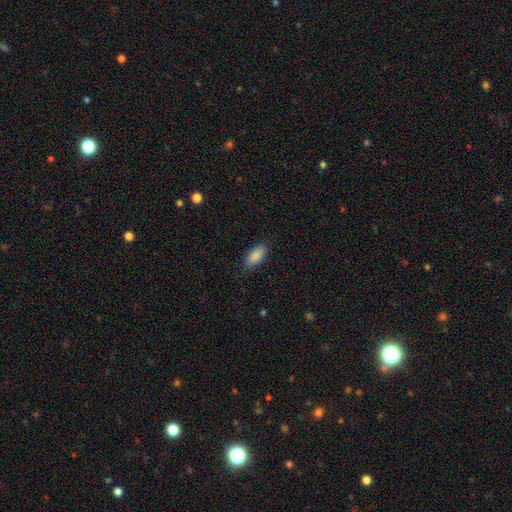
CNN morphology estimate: This is clearly a smooth galaxy (88%). How rounded: clearly in between (89%). Merging: clearly none (83%).